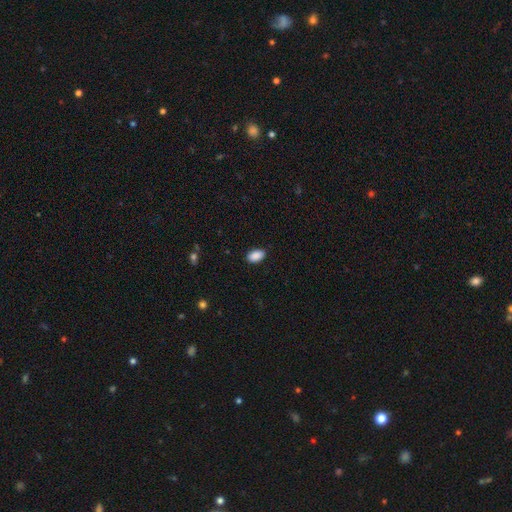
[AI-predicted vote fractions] Smooth or featured? smooth (90%)
How rounded? in between (93%)
Merging? none (88%)